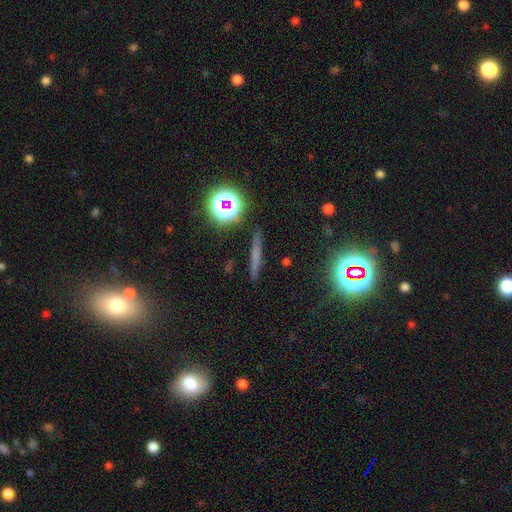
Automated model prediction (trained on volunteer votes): Smooth or featured? Predicted: smooth (p=0.48). Merging? Predicted: none (p=0.87).